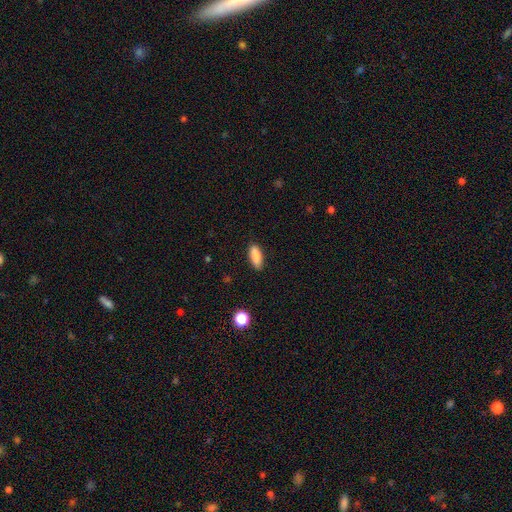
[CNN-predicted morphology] type=smooth (88%); roundness=in between (69%); merging=none (87%).